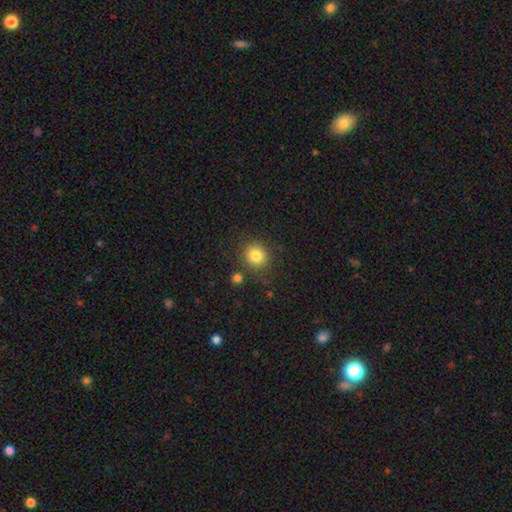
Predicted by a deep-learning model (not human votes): Smooth or featured?
  - smooth: 83% *
  - star or artifact: 11%
  - featured or disk: 6%
How rounded?
  - round: 82% *
  - in between: 17%
  - cigar-shaped: 1%
Merging?
  - none: 81% *
  - minor disturbance: 10%
  - merger: 5%
  - major disturbance: 4%